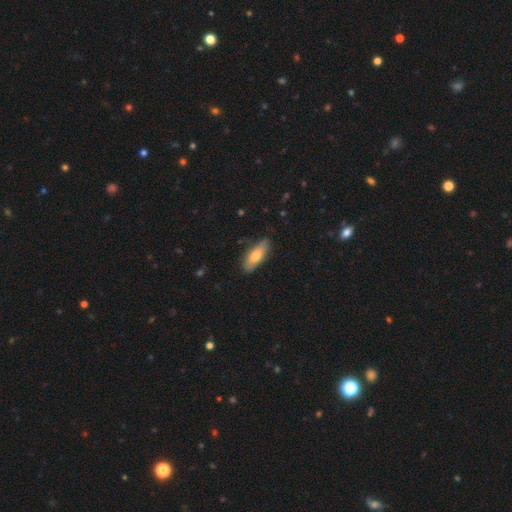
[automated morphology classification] Smooth or featured? Predicted: smooth (p=0.73). How rounded? Predicted: in between (p=0.62). Merging? Predicted: none (p=0.81).